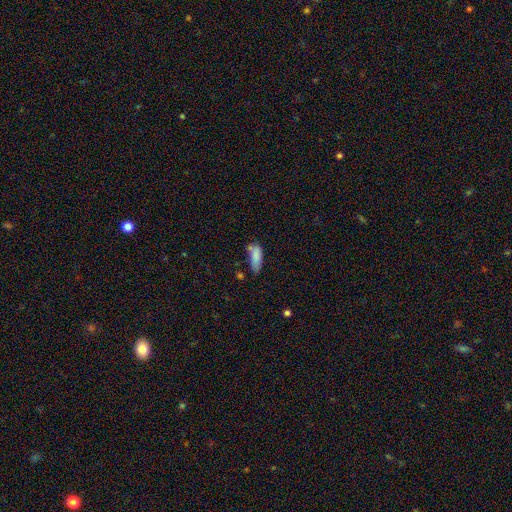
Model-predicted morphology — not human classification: This is clearly a smooth galaxy (82%). How rounded: likely in between (68%). Merging: possibly none (48%).